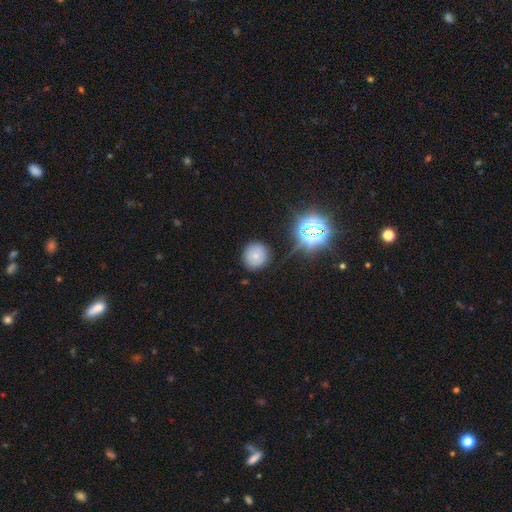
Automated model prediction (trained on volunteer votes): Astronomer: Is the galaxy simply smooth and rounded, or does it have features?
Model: smooth — 65%.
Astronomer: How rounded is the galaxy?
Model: round — 92%.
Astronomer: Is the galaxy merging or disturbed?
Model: none — 84%.